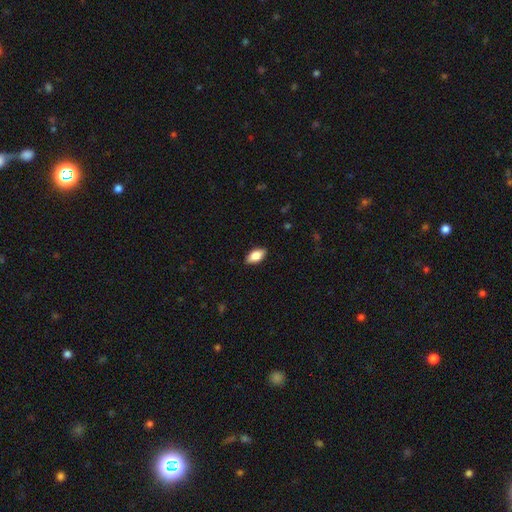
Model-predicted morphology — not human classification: A smooth galaxy with no disk features (80%) that is in between round and cigar-shaped (89%). Merging: none (87%).